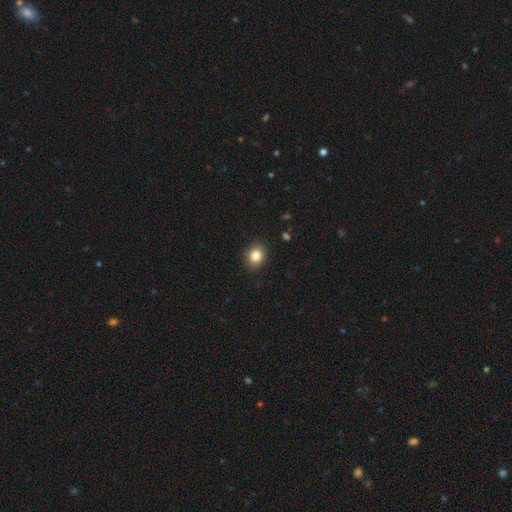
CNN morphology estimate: type=smooth (85%); roundness=round (53%); merging=none (89%).